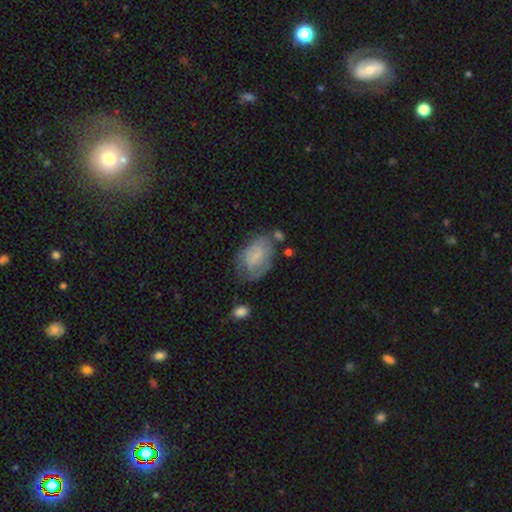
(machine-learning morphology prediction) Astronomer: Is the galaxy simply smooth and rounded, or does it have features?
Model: smooth — 50% (runner-up: featured or disk, 41%).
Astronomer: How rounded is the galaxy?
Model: in between — 87%.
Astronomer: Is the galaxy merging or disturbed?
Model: none — 48% (runner-up: minor disturbance, 30%).